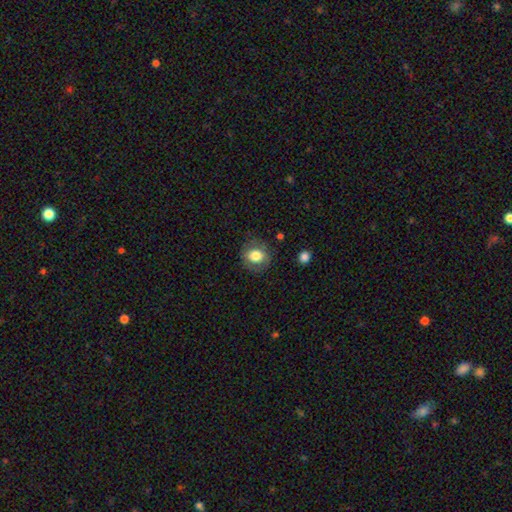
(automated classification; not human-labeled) smooth-or-featured: smooth: 75% | featured or disk: 16% | star or artifact: 9%
  how-rounded: round: 78% | in between: 21% | cigar-shaped: 1%
  merging: none: 81% | minor disturbance: 13% | major disturbance: 5% | merger: 1%